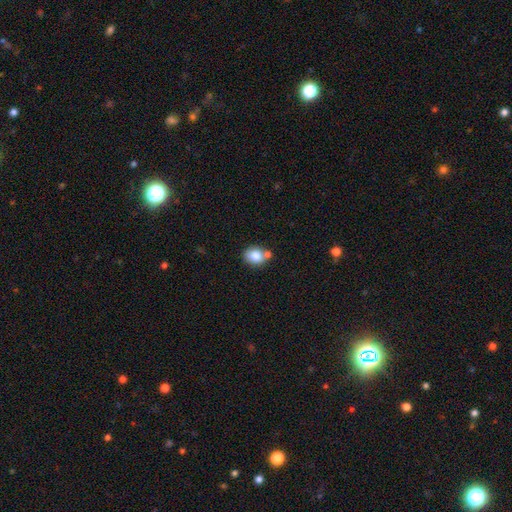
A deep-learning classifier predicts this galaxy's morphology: Q: Smooth or featured?
A: smooth (80%); runner-up: featured or disk (10%)
Q: How rounded?
A: round (65%); runner-up: in between (34%)
Q: Merging?
A: none (60%); runner-up: merger (24%)